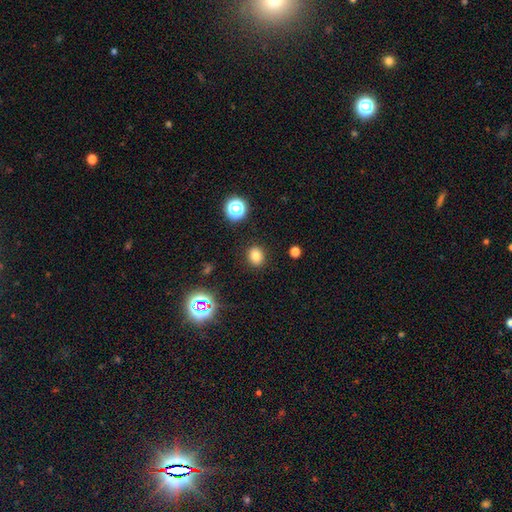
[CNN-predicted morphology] Smooth or featured? smooth (79%)
How rounded? round (68%)
Merging? none (89%)